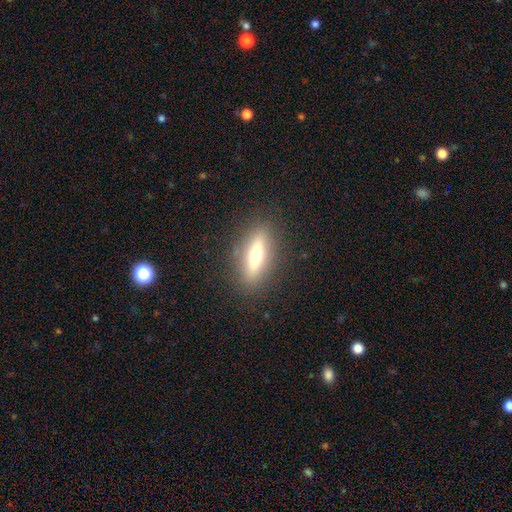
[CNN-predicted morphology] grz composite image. It shows a featured or disk galaxy (47%). Merging: none (87%).